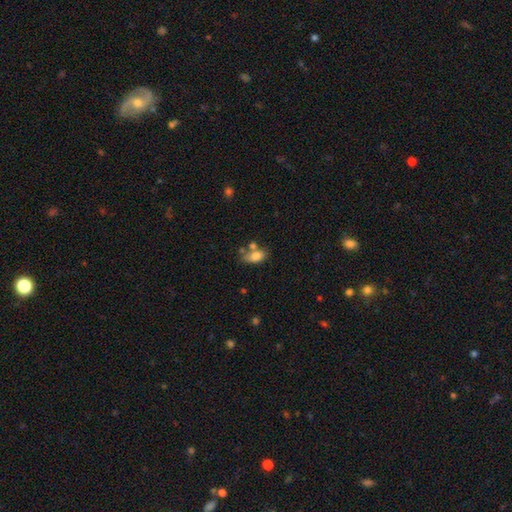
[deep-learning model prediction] A smooth galaxy with no disk features (77%) that is in between round and cigar-shaped (87%). Merging: none (48%).